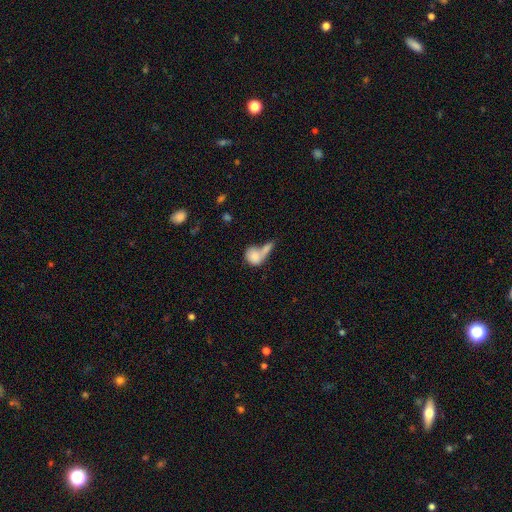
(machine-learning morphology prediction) smooth-or-featured: smooth: 78% | featured or disk: 15% | star or artifact: 7%
  how-rounded: round: 49% | in between: 47% | cigar-shaped: 4%
  merging: merger: 59% | none: 20% | major disturbance: 11% | minor disturbance: 10%